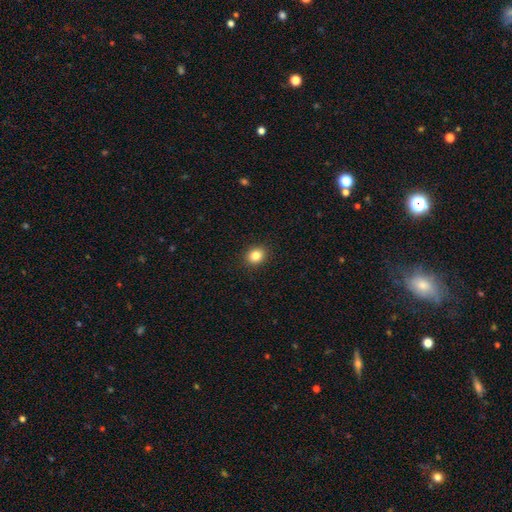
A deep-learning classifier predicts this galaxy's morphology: Smooth or featured?
  - smooth: 83% *
  - star or artifact: 11%
  - featured or disk: 6%
How rounded?
  - round: 63% *
  - in between: 36%
  - cigar-shaped: 1%
Merging?
  - none: 92% *
  - minor disturbance: 6%
  - major disturbance: 2%
  - merger: 1%